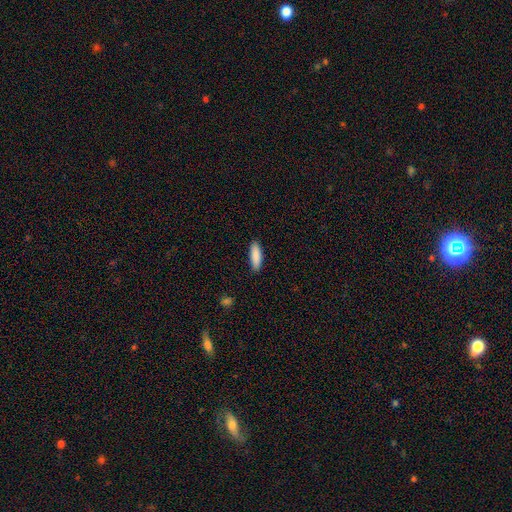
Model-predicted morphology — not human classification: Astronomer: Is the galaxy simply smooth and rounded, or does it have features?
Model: smooth — 89%.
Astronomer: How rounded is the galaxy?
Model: cigar-shaped — 51% (runner-up: in between, 48%).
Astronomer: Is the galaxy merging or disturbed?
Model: none — 88%.